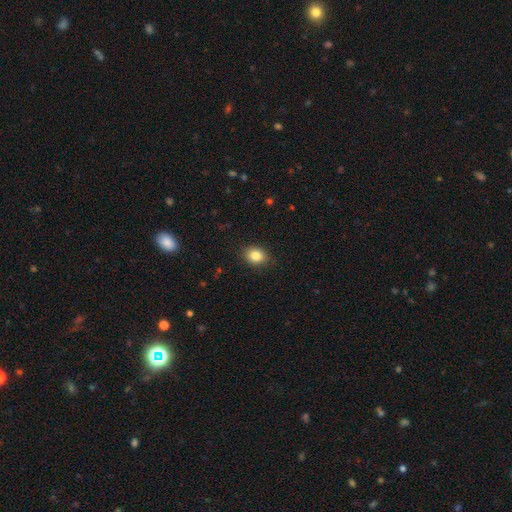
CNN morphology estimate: A smooth galaxy with no disk features (84%) that is in between round and cigar-shaped (52%). Merging: none (87%).